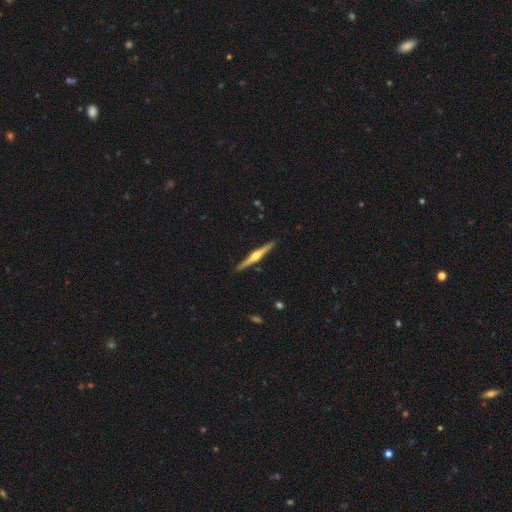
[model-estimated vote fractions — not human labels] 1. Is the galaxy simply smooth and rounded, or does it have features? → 79% featured or disk, 16% smooth, 5% star or artifact.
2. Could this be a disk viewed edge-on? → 98% yes, 2% no.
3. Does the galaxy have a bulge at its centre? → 93% rounded, 4% boxy, 3% none.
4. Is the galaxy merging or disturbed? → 92% none, 6% minor disturbance, 1% merger, 1% major disturbance.